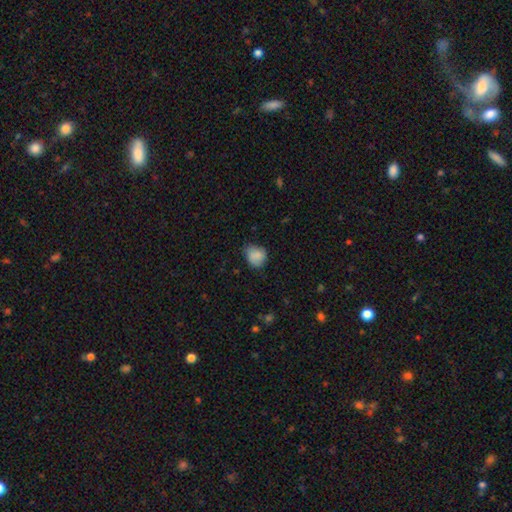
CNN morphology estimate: smooth_or_featured: smooth (p=0.81) [alt: featured or disk p=0.11]
how_rounded: round (p=0.66) [alt: in between p=0.33]
merging: none (p=0.60) [alt: minor disturbance p=0.30]